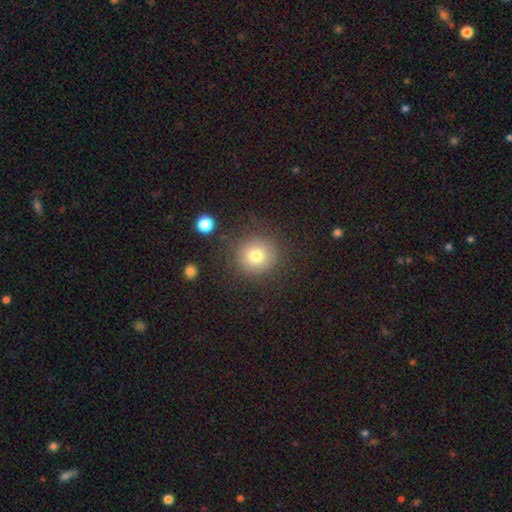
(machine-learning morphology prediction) smooth-or-featured: smooth: 76% | star or artifact: 13% | featured or disk: 11%
  how-rounded: round: 93% | in between: 6% | cigar-shaped: 1%
  merging: none: 83% | minor disturbance: 9% | major disturbance: 5% | merger: 3%